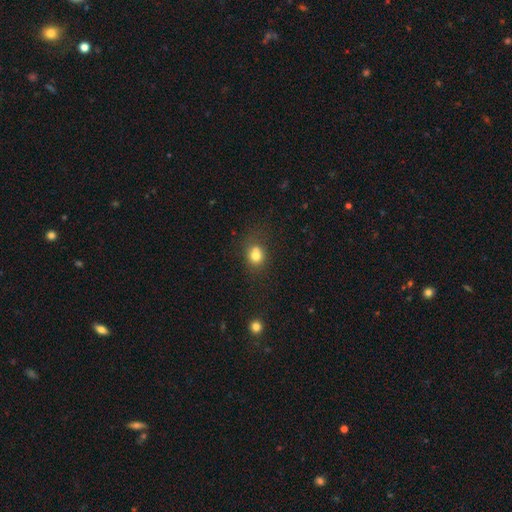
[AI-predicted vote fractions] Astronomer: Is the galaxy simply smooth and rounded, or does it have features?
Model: smooth — 76%.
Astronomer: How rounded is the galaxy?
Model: round — 66%.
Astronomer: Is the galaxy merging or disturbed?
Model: none — 50% (runner-up: merger, 28%).